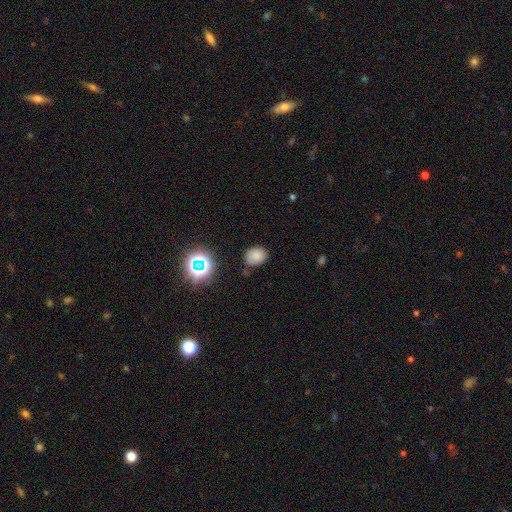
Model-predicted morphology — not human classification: This is likely a smooth galaxy (76%). How rounded: possibly round (53%). Merging: likely none (78%).